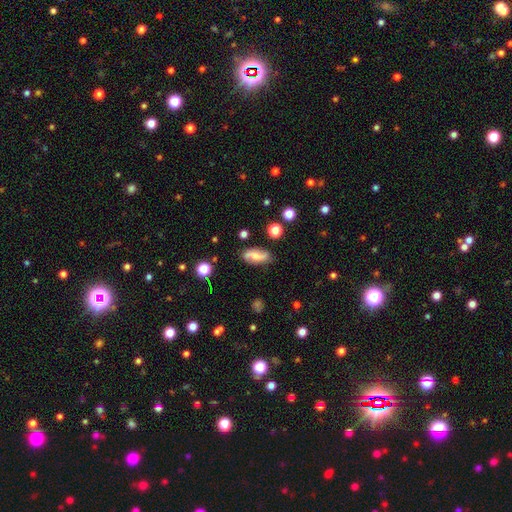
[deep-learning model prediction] The model was most divided on "bulge size": moderate: 41%, small: 39%, none: 12%, large: 6%, dominant: 2%. Remaining: edge-on disk — no (91%); spiral arms — yes (90%); merging — none (79%); smooth or featured — featured or disk (59%); bar — no (49%).